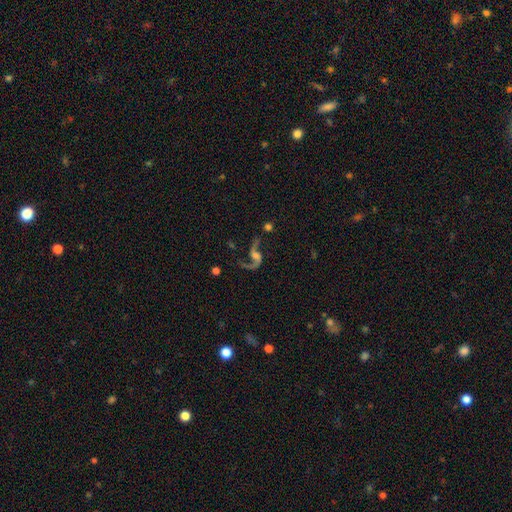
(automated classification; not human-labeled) Overall: featured or disk (87%). Edge-on disk: no (96%). Bar: no (50%; weak 36%). Spiral arms: yes (96%). Spiral arm count: 2 (88%). Spiral winding: loose (84%). Bulge size: moderate (37%; small 33%). Merging: none (59%).